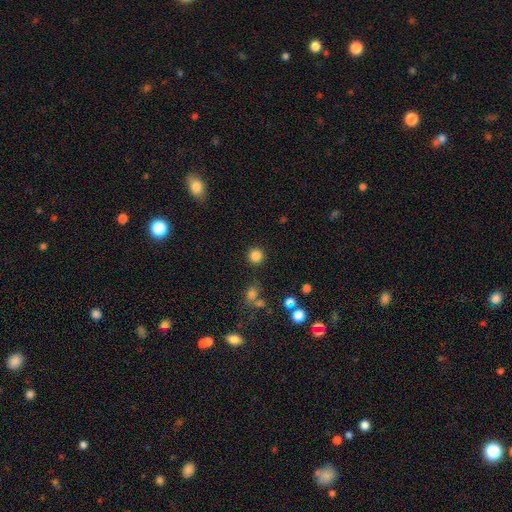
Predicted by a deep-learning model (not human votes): Smooth or featured? Predicted: smooth (p=0.83). How rounded? Predicted: round (p=0.94). Merging? Predicted: none (p=0.88).